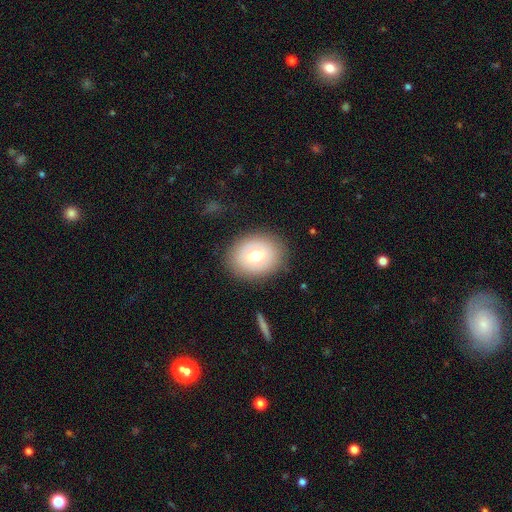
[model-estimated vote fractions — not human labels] Q: Smooth or featured?
A: smooth (64%); runner-up: featured or disk (28%)
Q: How rounded?
A: in between (50%); runner-up: round (49%)
Q: Merging?
A: none (83%); runner-up: minor disturbance (11%)